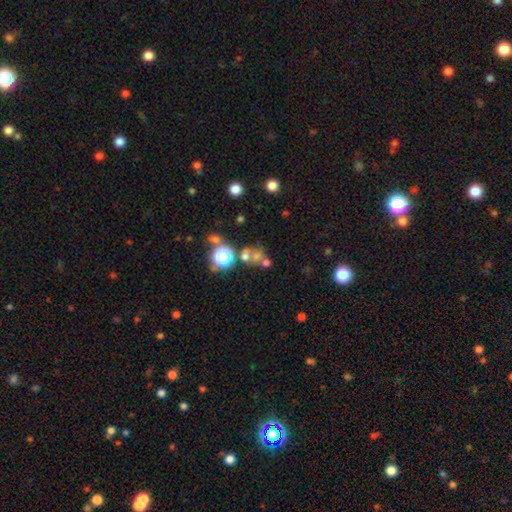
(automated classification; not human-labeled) Smooth or featured? Predicted: smooth (p=0.44). Merging? Predicted: none (p=0.53).